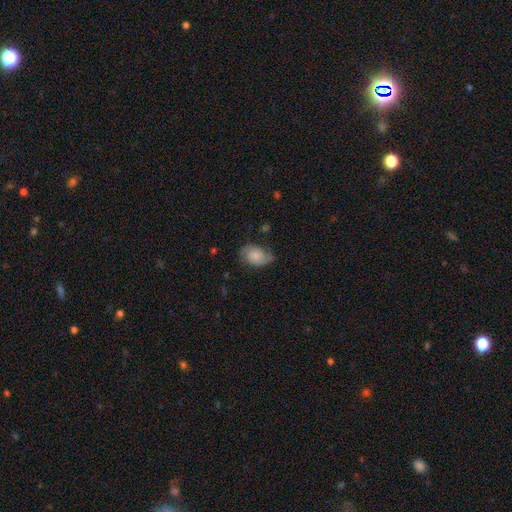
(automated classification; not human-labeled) Smooth or featured? smooth (58%)
How rounded? in between (83%)
Merging? none (57%)